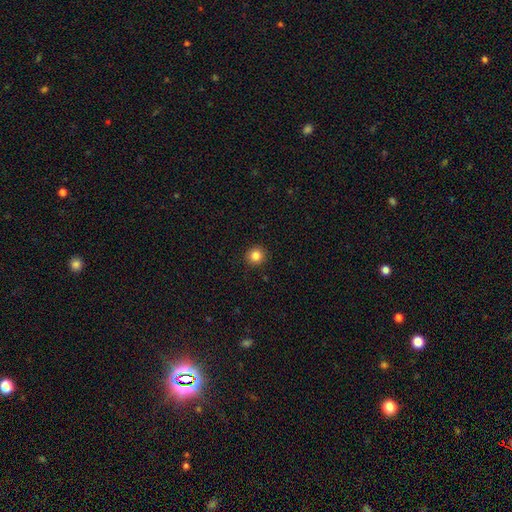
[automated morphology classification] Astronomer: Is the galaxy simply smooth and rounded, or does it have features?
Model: smooth — 84%.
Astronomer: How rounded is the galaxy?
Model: round — 93%.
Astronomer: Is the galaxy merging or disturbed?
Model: none — 92%.